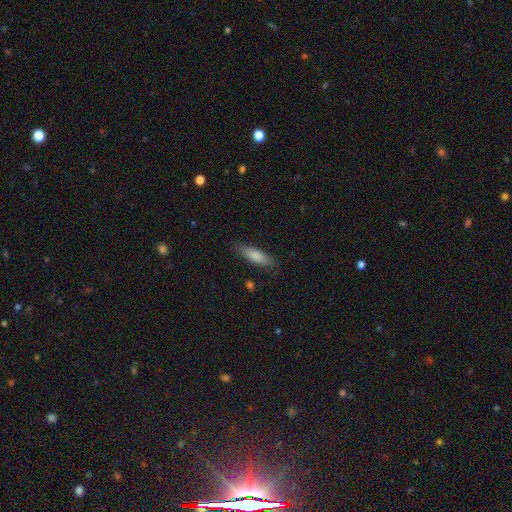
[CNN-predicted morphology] Q: Smooth or featured?
A: smooth (81%); runner-up: featured or disk (13%)
Q: How rounded?
A: cigar-shaped (54%); runner-up: in between (45%)
Q: Merging?
A: none (84%); runner-up: minor disturbance (12%)